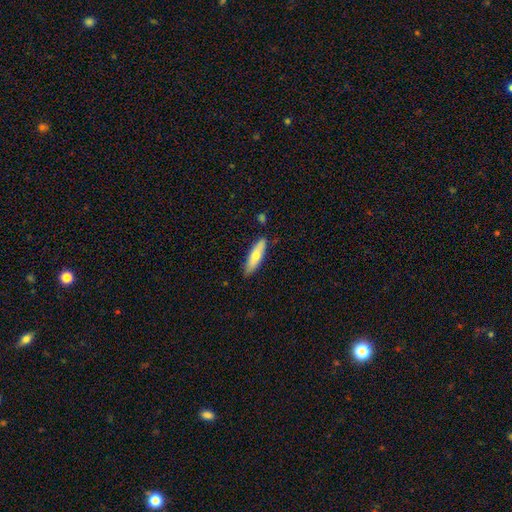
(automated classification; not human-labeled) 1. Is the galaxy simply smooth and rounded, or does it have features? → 66% smooth, 28% featured or disk, 6% star or artifact.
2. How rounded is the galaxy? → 66% cigar-shaped, 32% in between, 2% round.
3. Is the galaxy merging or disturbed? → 84% none, 12% minor disturbance, 2% major disturbance, 2% merger.